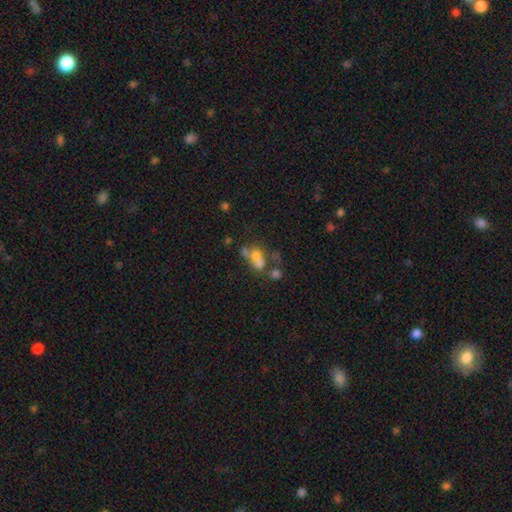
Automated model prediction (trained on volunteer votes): The model was most divided on "how rounded": in between: 61%, round: 35%, cigar-shaped: 4%. More confident: smooth or featured — smooth (54%); merging — merger (51%).